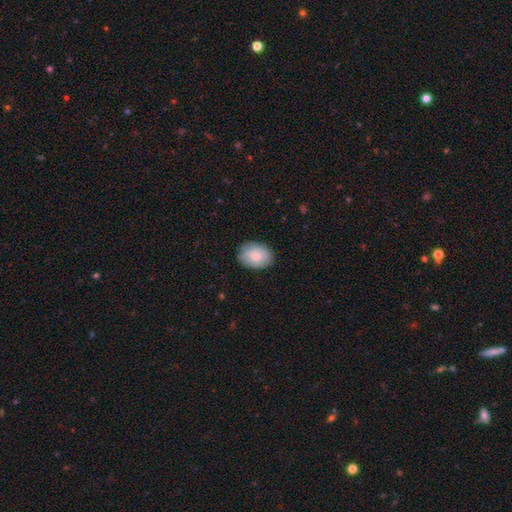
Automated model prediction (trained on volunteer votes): Morphology: type=smooth (82%); roundness=in between (72%); merging=none (85%).